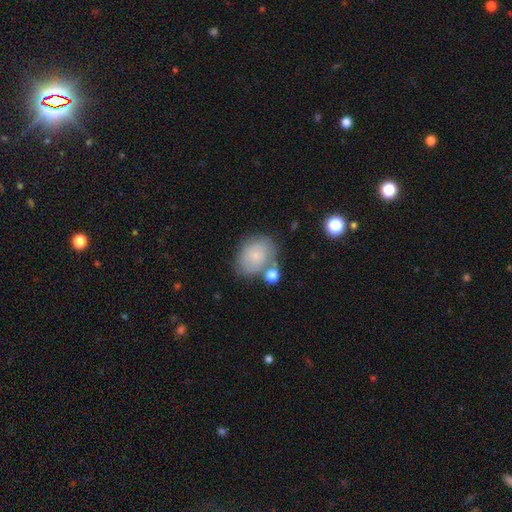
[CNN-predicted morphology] Smooth or featured: smooth — 67% (featured or disk — 24%)
How rounded: in between — 56% (round — 43%)
Merging: none — 59% (minor disturbance — 21%)